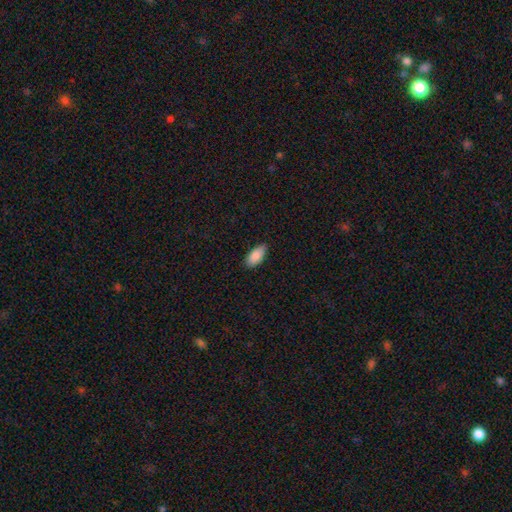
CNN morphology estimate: This appears to be a smooth galaxy with no disk features (88%) that is in between round and cigar-shaped (92%). Merging: none (82%).